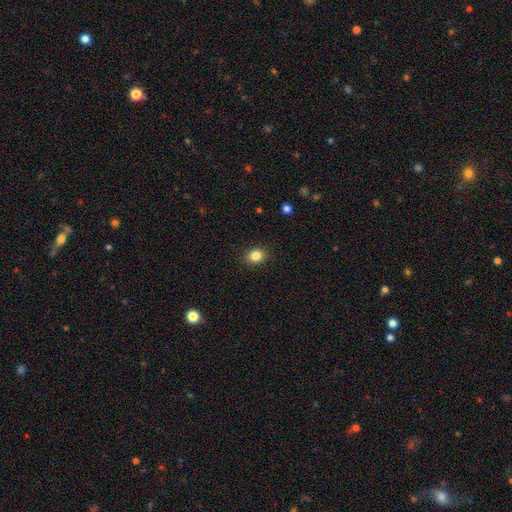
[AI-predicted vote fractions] Q: Smooth or featured?
A: smooth (84%); runner-up: star or artifact (11%)
Q: How rounded?
A: round (56%); runner-up: in between (43%)
Q: Merging?
A: none (89%); runner-up: minor disturbance (8%)